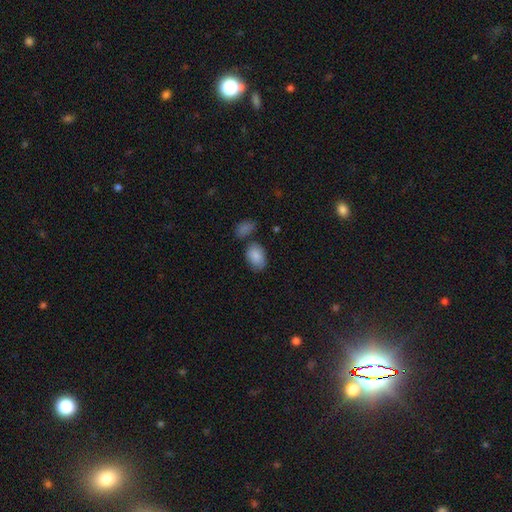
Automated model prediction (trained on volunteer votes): smooth-or-featured: smooth: 86% | featured or disk: 7% | star or artifact: 7%
  how-rounded: in between: 84% | round: 15% | cigar-shaped: 1%
  merging: none: 64% | minor disturbance: 19% | merger: 13% | major disturbance: 5%